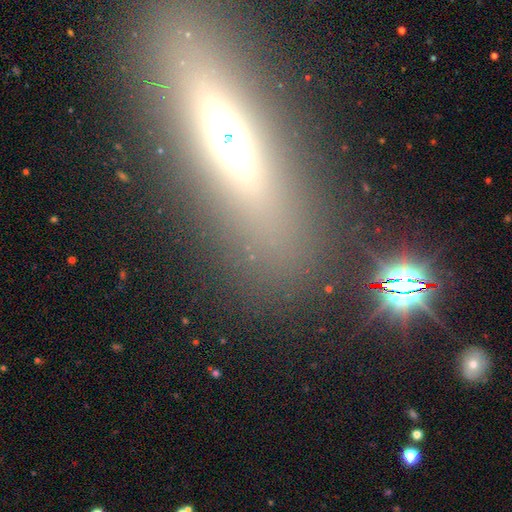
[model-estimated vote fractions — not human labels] Smooth or featured? featured or disk (44%)
Merging? none (82%)